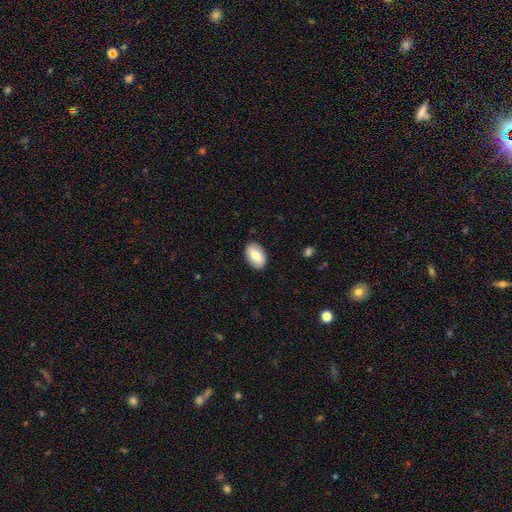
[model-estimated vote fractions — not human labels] This appears to be a smooth galaxy with no disk features (77%) that is in between round and cigar-shaped (92%). Merging: none (88%).